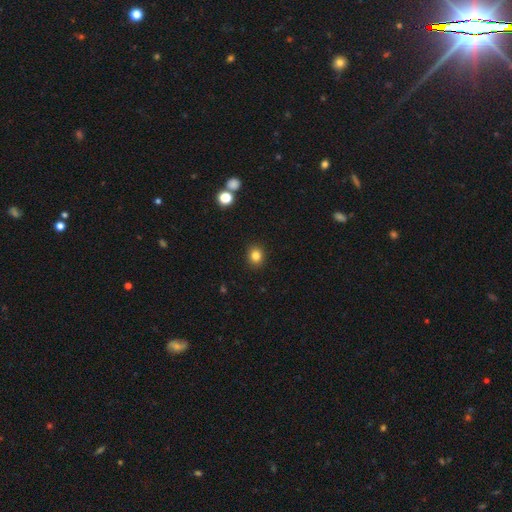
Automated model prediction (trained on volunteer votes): smooth 83%, star or artifact 12%, featured or disk 5%. Down the decision tree: how rounded — round (74%); merging — none (91%).